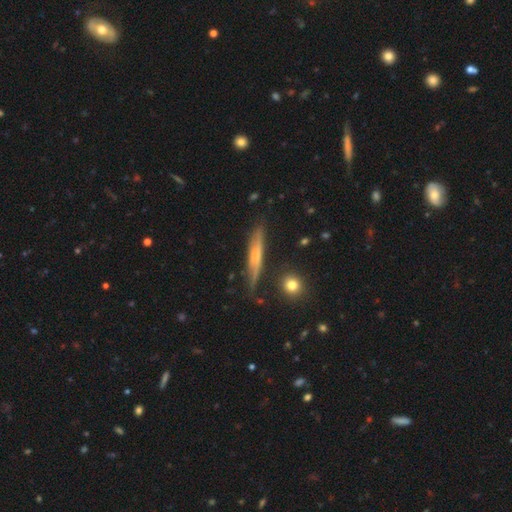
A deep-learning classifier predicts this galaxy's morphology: Smooth or featured? featured or disk (49%)
Merging? none (74%)